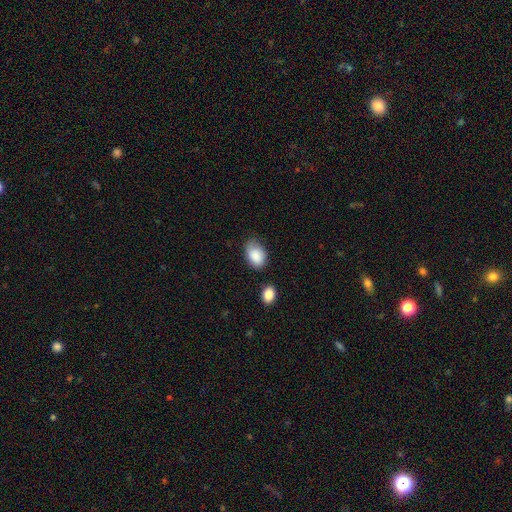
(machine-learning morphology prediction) Smooth or featured: smooth — 87% (star or artifact — 7%)
How rounded: in between — 85% (round — 14%)
Merging: none — 63% (minor disturbance — 26%)